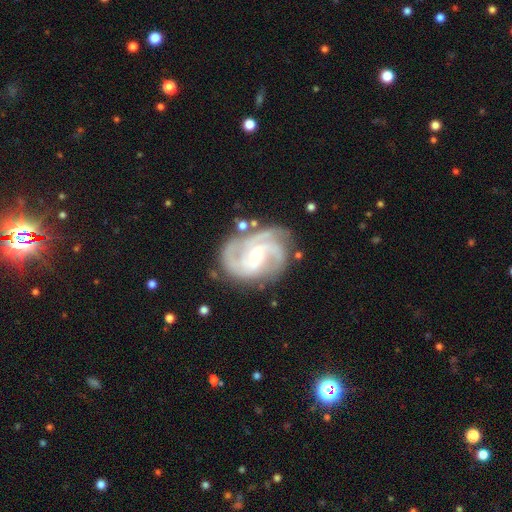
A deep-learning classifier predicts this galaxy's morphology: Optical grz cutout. It shows a featured or disk galaxy (90%) with a weak bar (47%), 3 (46%) medium (47%) spiral arms (98%) and a small central bulge (57%). Merging: none (70%).